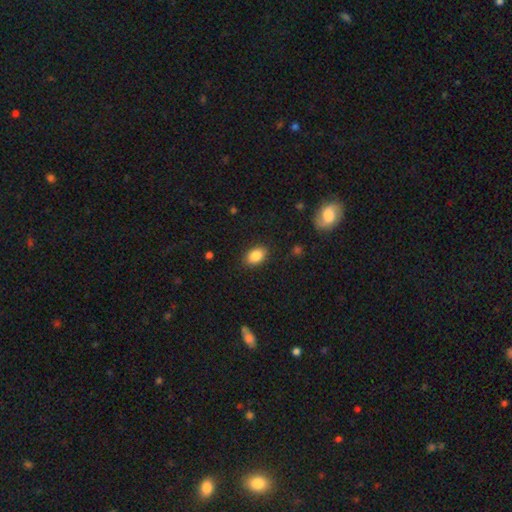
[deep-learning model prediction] This appears to be a smooth galaxy with no disk features (85%) that is in between round and cigar-shaped (85%). Merging: none (87%).